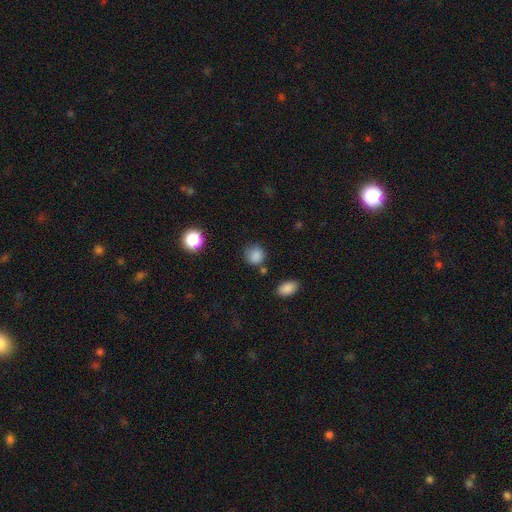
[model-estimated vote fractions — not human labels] Morphology: type=smooth (84%); roundness=round (83%); merging=none (73%).